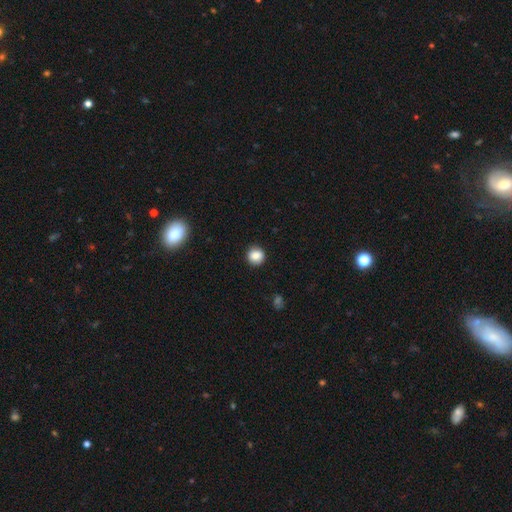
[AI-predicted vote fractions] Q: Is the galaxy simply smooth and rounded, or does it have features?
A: smooth — 86%.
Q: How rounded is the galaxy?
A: round — 89%.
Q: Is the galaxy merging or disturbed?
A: none — 89%.